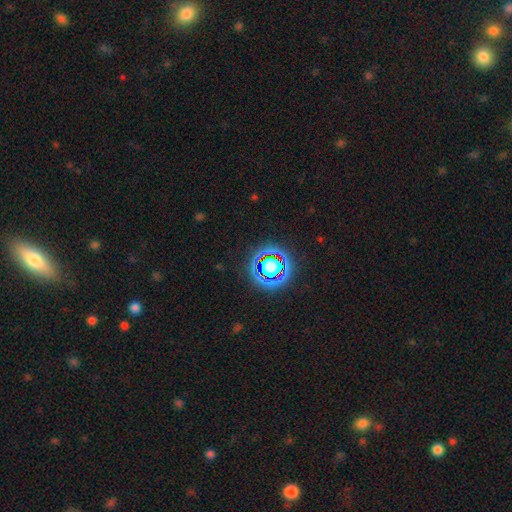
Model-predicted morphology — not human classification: type=star or artifact (72%).